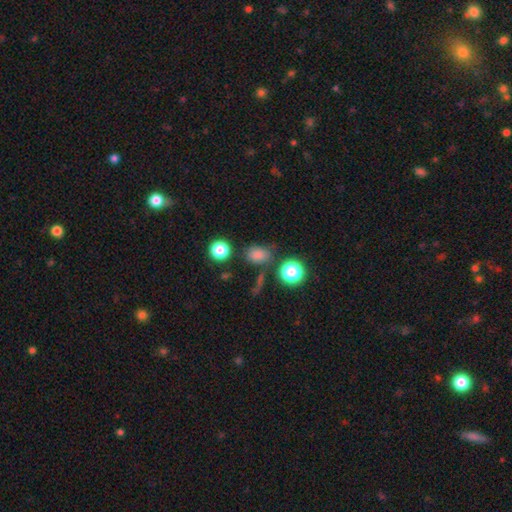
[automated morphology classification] The model was most divided on "how rounded": in between: 59%, round: 39%, cigar-shaped: 2%. More confident: smooth or featured — smooth (74%); merging — none (72%).